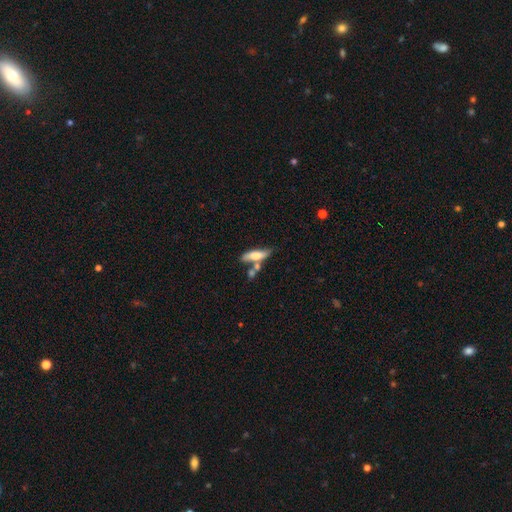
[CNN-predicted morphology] This appears to be a smooth galaxy with no disk features (64%) that is cigar-shaped (55%). Merging: none (47%).